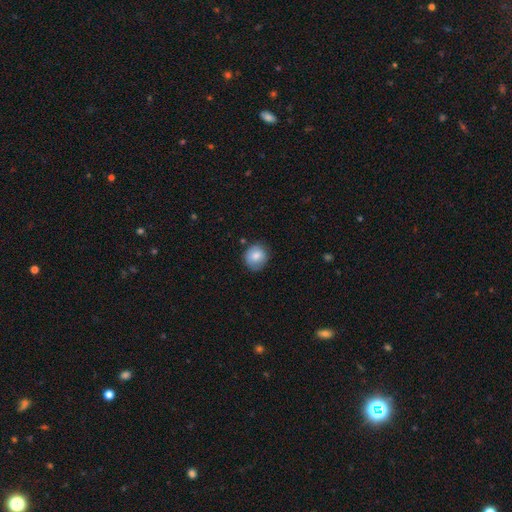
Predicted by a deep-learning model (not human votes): smooth_or_featured: smooth (p=0.80) [alt: featured or disk p=0.12]
how_rounded: round (p=0.81) [alt: in between p=0.18]
merging: none (p=0.78) [alt: minor disturbance p=0.16]